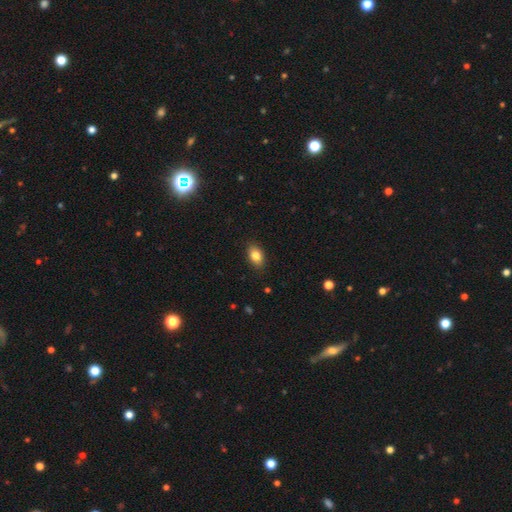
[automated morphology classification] The model was most divided on "how rounded": in between: 84%, round: 14%, cigar-shaped: 2%. More confident: merging — none (87%); smooth or featured — smooth (84%).